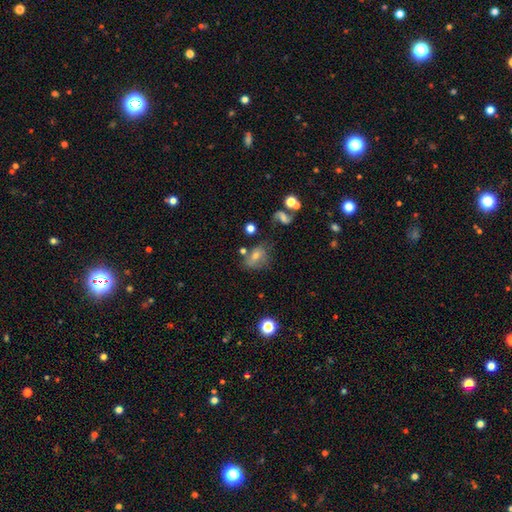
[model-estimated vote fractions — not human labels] This appears to be a smooth galaxy with no disk features (47%). Merging: none (51%).